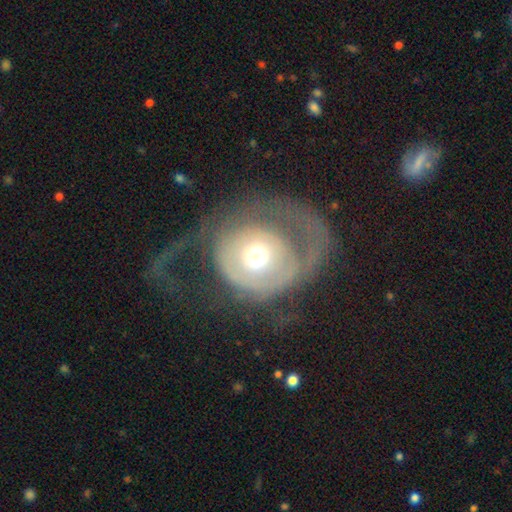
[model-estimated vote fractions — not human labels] Morphology: type=featured or disk (57%); edge-on=no (96%); bar=no (85%); spiral arms=yes (52%); bulge=moderate (64%); merging=major disturbance (54%).